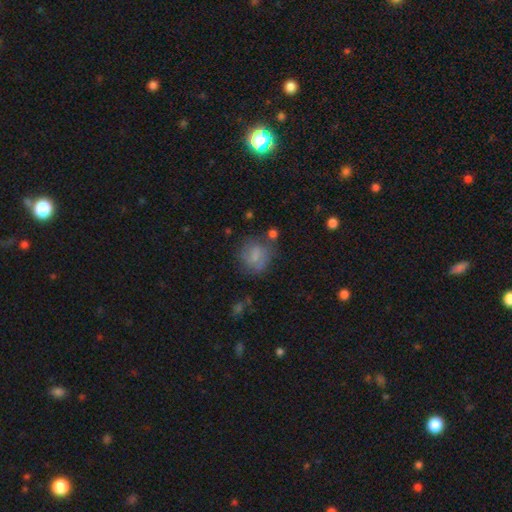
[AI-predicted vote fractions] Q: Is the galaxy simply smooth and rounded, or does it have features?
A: smooth — 67%.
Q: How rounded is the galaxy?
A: round — 74%.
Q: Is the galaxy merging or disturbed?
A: none — 59%.